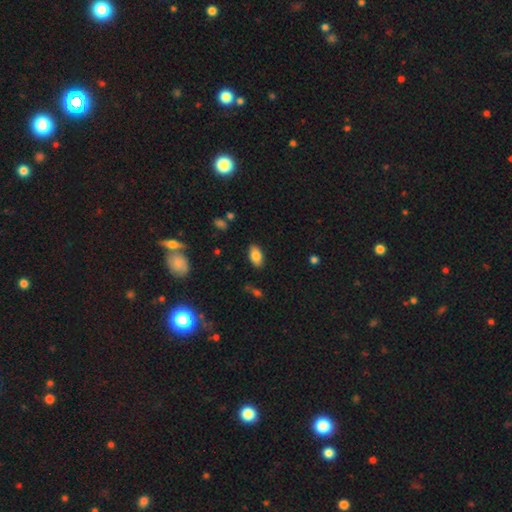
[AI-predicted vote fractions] smooth_or_featured: smooth (p=0.82) [alt: featured or disk p=0.10]
how_rounded: in between (p=0.93) [alt: round p=0.05]
merging: none (p=0.86) [alt: minor disturbance p=0.10]